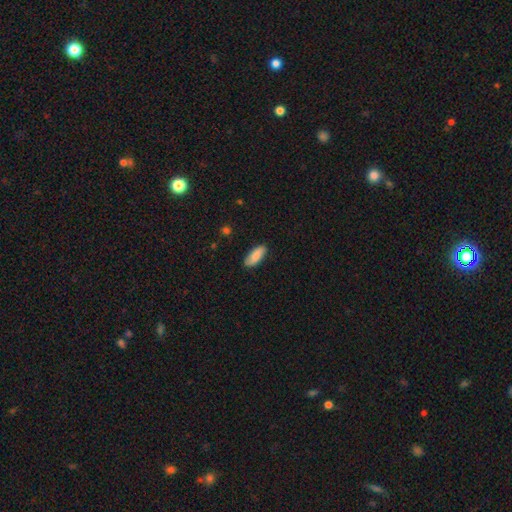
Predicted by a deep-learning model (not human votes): This appears to be a smooth galaxy with no disk features (82%) that is in between round and cigar-shaped (77%). Merging: none (84%).